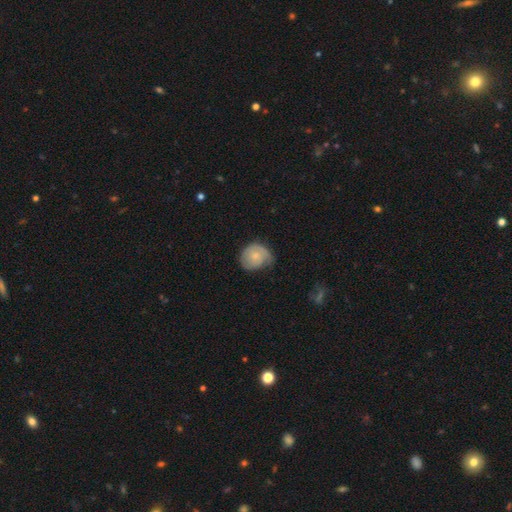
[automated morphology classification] type=smooth (53%); roundness=round (67%); merging=none (48%).